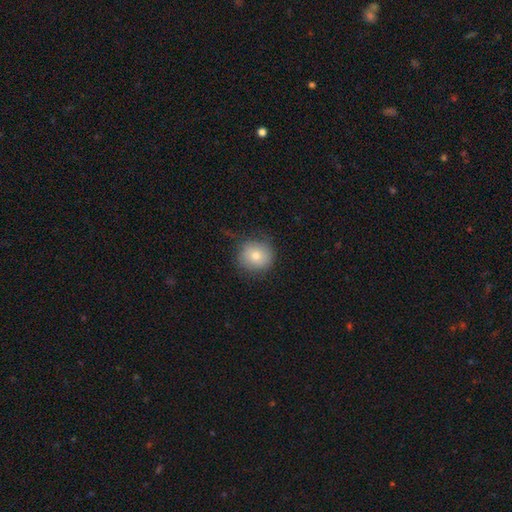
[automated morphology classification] Overall: smooth (75%). How rounded: round (90%). Merging: none (78%).